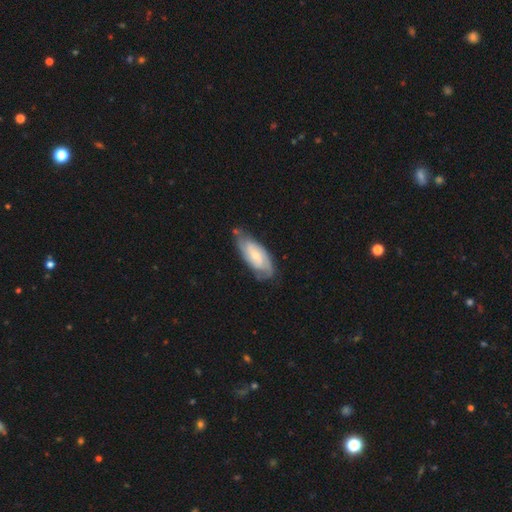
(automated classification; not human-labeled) Morphology: type=featured or disk (68%); edge-on=no (92%); bar=no (55%); spiral arms=yes (90%); winding=tight (49%); arm count=2 (55%); bulge=small (64%); merging=none (67%).